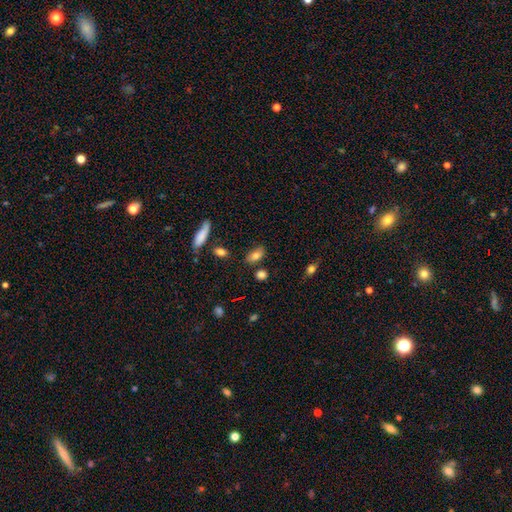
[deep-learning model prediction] Smooth or featured: smooth — 79% (featured or disk — 12%)
How rounded: in between — 88% (round — 6%)
Merging: none — 77% (minor disturbance — 15%)